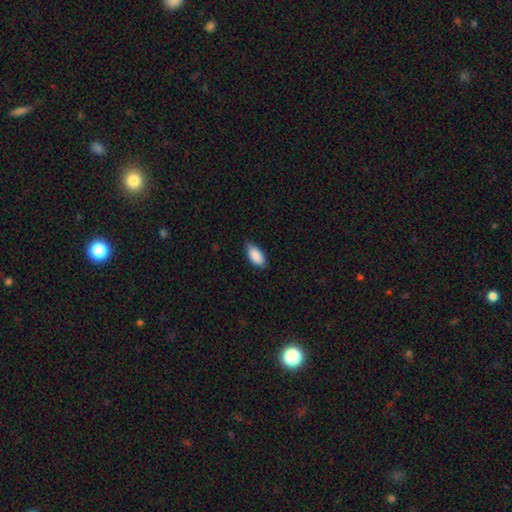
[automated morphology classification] Smooth or featured? Predicted: smooth (p=0.89). How rounded? Predicted: in between (p=0.91). Merging? Predicted: none (p=0.79).